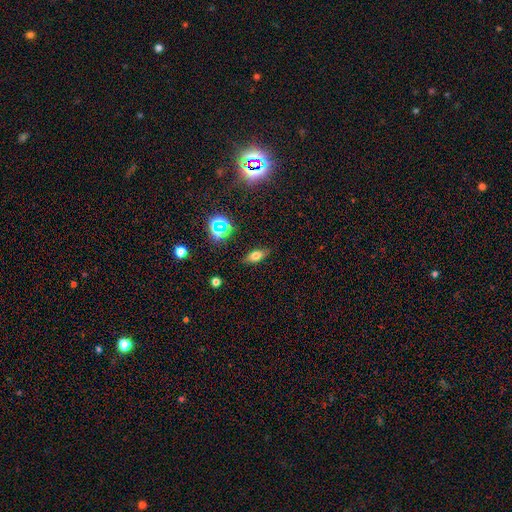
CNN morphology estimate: Smooth or featured? Predicted: smooth (p=0.65). How rounded? Predicted: in between (p=0.74). Merging? Predicted: none (p=0.85).